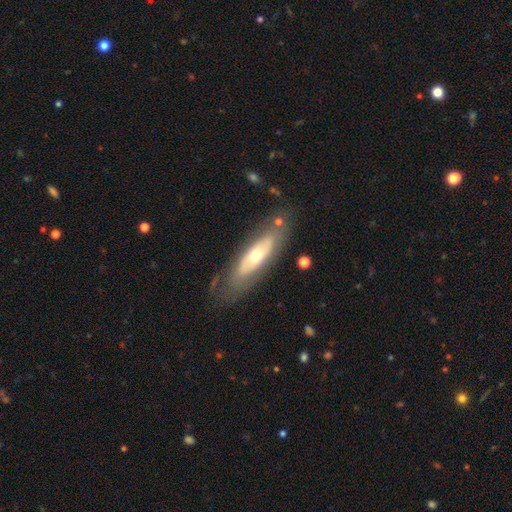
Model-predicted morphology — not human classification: smooth_or_featured: featured or disk (p=0.54) [alt: smooth p=0.40]
disk_edge_on: no (p=0.66) [alt: yes p=0.34]
merging: none (p=0.69) [alt: minor disturbance p=0.19]